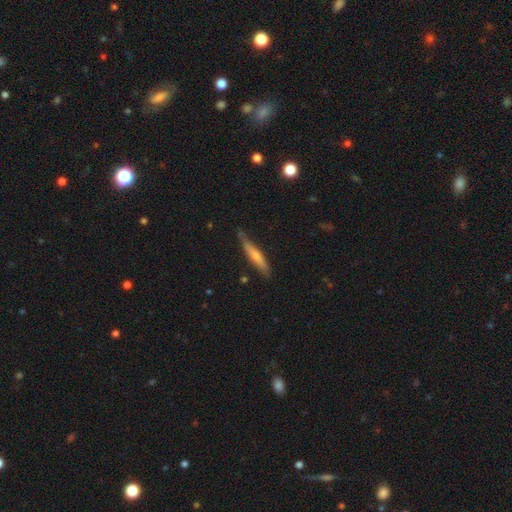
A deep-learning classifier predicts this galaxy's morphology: Smooth or featured? smooth (56%)
How rounded? cigar-shaped (91%)
Merging? none (74%)